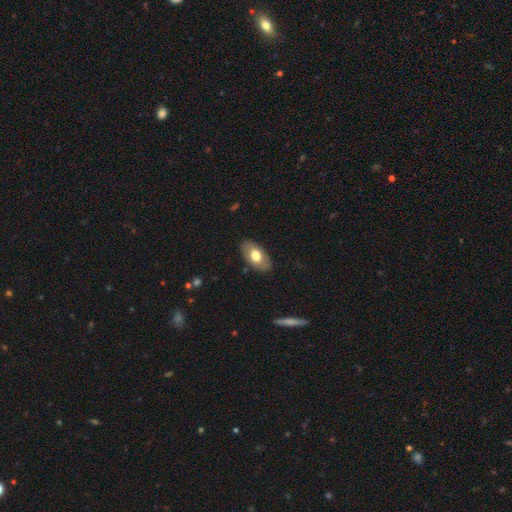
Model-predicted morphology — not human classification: Smooth or featured? Predicted: smooth (p=0.66). How rounded? Predicted: in between (p=0.93). Merging? Predicted: none (p=0.85).